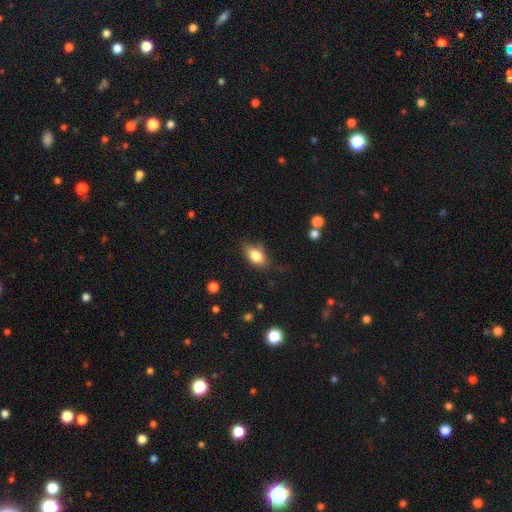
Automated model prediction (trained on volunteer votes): Smooth or featured?
  - smooth: 79% *
  - featured or disk: 12%
  - star or artifact: 8%
How rounded?
  - in between: 85% *
  - round: 11%
  - cigar-shaped: 4%
Merging?
  - none: 71% *
  - minor disturbance: 22%
  - major disturbance: 5%
  - merger: 2%